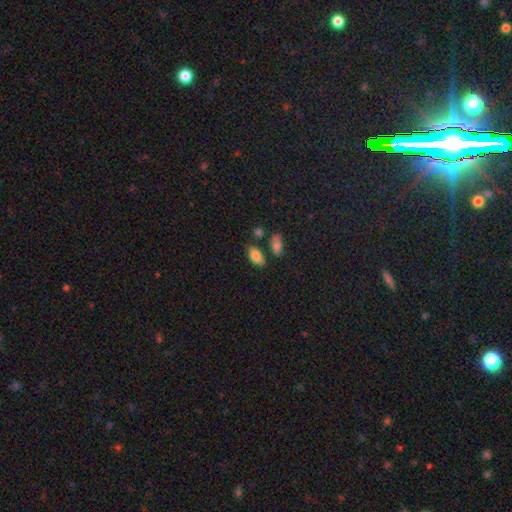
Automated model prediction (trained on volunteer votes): A smooth galaxy with no disk features (83%) that is in between round and cigar-shaped (90%). Merging: none (74%).